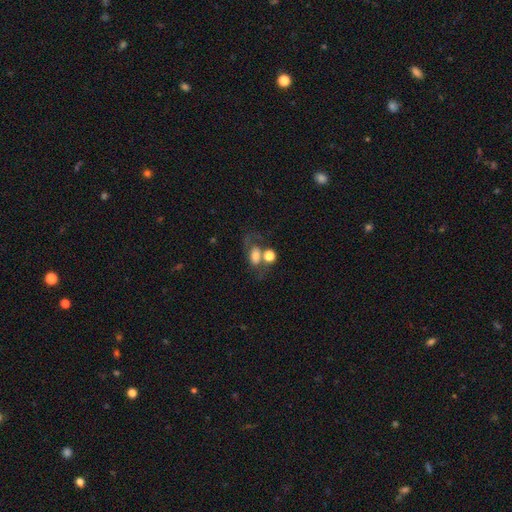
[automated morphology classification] Smooth or featured? smooth (49%)
Merging? none (35%)